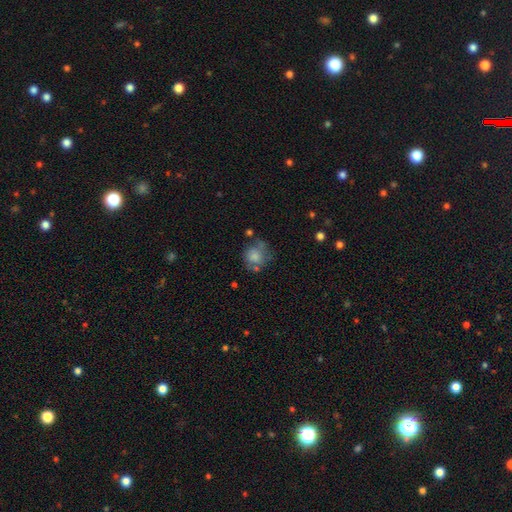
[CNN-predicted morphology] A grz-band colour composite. It shows a smooth galaxy with no disk features (61%) that is round (80%). Merging: none (57%).